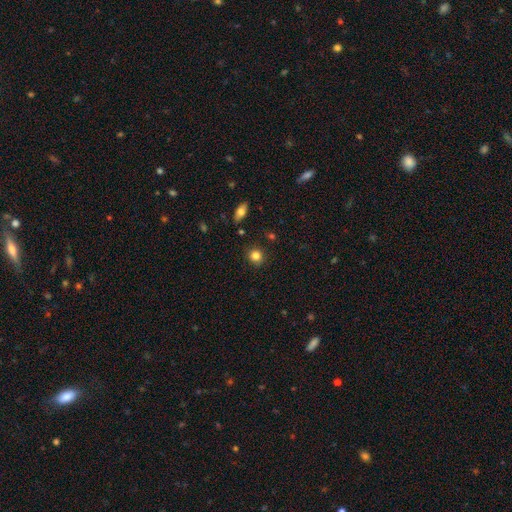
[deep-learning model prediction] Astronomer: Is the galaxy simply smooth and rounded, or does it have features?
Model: smooth — 83%.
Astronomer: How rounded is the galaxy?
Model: round — 87%.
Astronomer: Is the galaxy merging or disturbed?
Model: none — 89%.